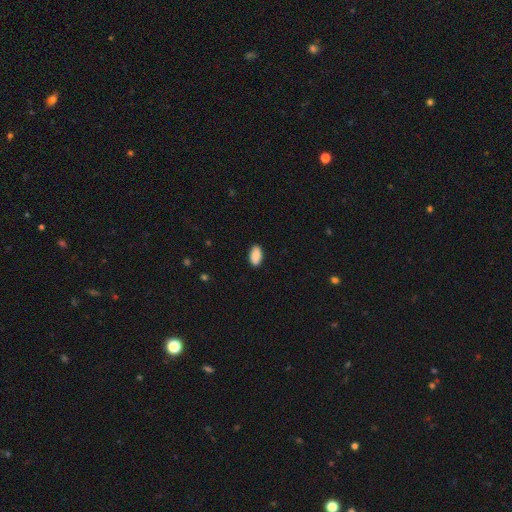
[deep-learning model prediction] Morphology: type=smooth (90%); roundness=in between (95%); merging=none (88%).